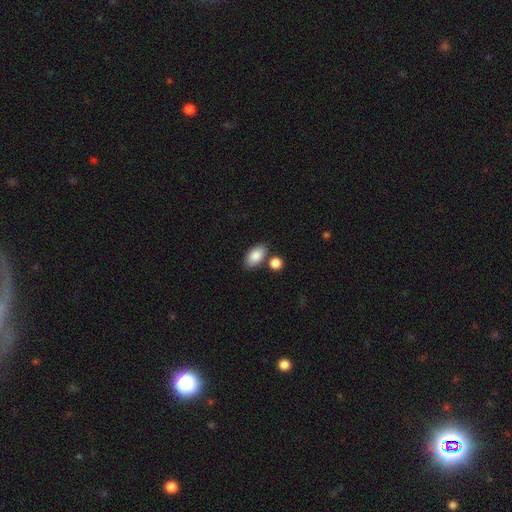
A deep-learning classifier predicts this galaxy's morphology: This appears to be a smooth galaxy with no disk features (86%) that is in between round and cigar-shaped (93%). Merging: none (73%).